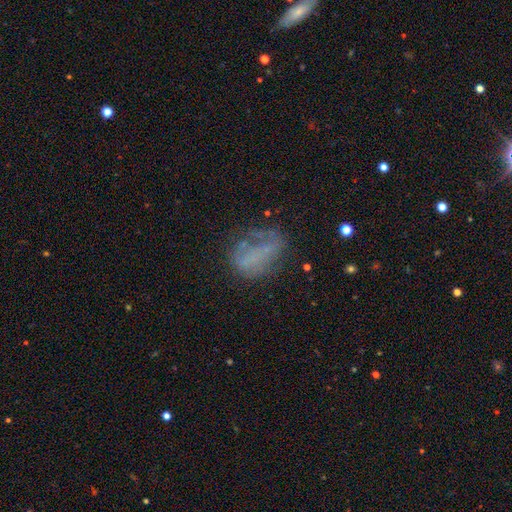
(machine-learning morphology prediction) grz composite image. It shows a smooth galaxy with no disk features (43%). Merging: none (46%).